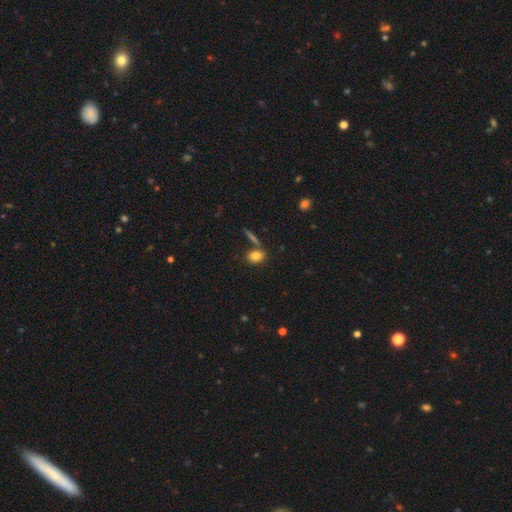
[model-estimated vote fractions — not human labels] Smooth or featured: smooth — 82% (star or artifact — 9%)
How rounded: in between — 68% (round — 28%)
Merging: none — 68% (merger — 17%)